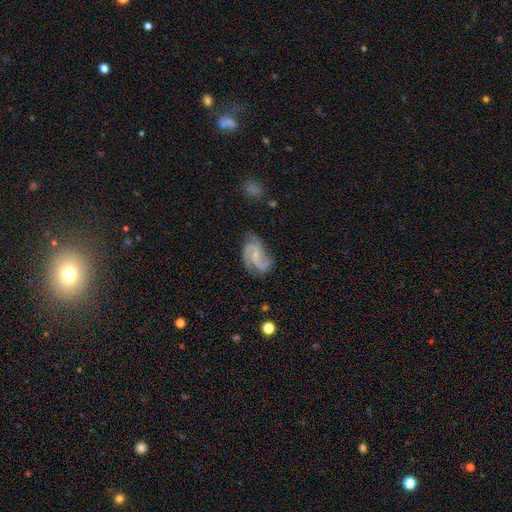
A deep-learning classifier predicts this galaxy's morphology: Overall: featured or disk (87%). Edge-on disk: no (98%). Bar: no (51%; weak 39%). Spiral arms: yes (97%). Spiral arm count: 3 (44%; 2 38%). Spiral winding: medium (54%; loose 23%). Bulge size: small (69%). Merging: none (65%).